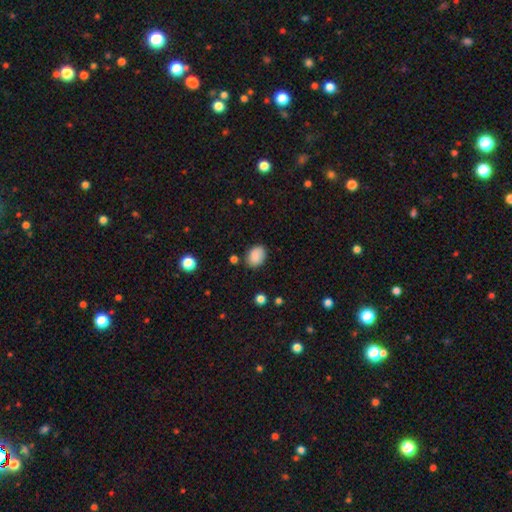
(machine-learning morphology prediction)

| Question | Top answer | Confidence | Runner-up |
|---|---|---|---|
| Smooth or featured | smooth | 87% | star or artifact (8%) |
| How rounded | in between | 67% | round (32%) |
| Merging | none | 80% | minor disturbance (15%) |